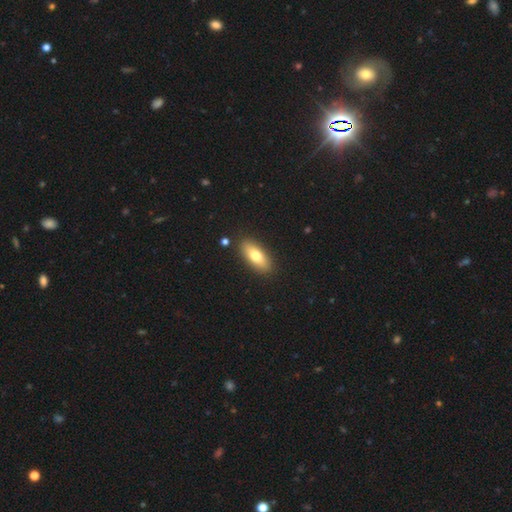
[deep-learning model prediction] Smooth or featured? Predicted: smooth (p=0.74). How rounded? Predicted: in between (p=0.78). Merging? Predicted: none (p=0.87).